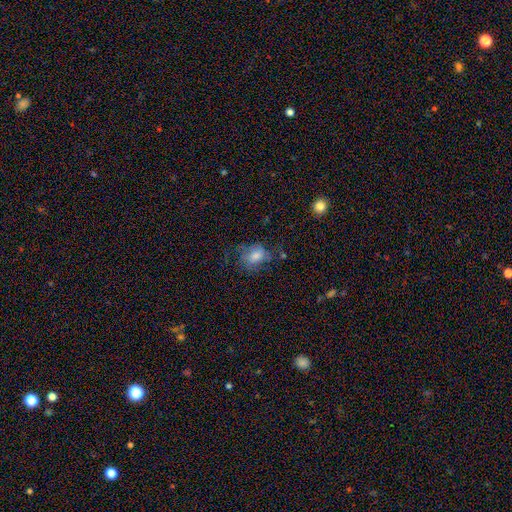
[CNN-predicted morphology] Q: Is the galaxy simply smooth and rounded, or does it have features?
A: smooth — 57%.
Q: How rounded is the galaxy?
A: in between — 62%.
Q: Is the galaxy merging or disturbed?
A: none — 49%.